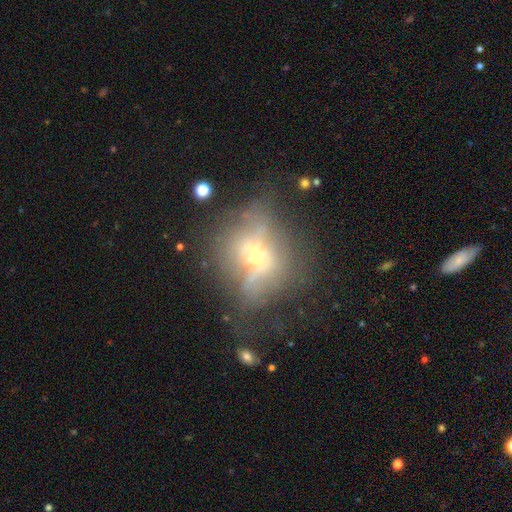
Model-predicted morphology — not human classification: The model was most divided on "merging": none: 47%, major disturbance: 26%, minor disturbance: 23%, merger: 5%. More confident: edge-on disk — no (65%); smooth or featured — featured or disk (55%).